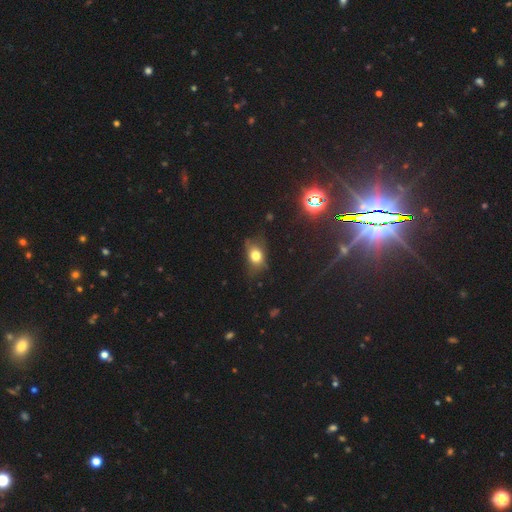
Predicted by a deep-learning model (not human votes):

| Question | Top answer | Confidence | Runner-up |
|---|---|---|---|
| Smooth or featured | smooth | 69% | featured or disk (17%) |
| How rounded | in between | 66% | round (31%) |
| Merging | none | 59% | minor disturbance (27%) |